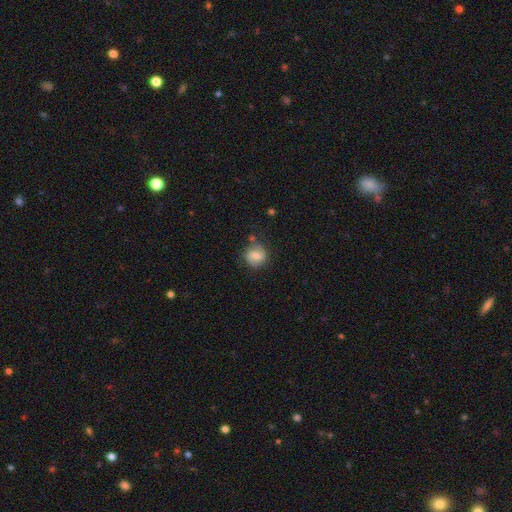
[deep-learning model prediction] Morphology: type=featured or disk (58%); edge-on=no (98%); bar=weak (48%); spiral arms=yes (91%); winding=medium (47%); arm count=2 (87%); bulge=moderate (46%); merging=none (71%).